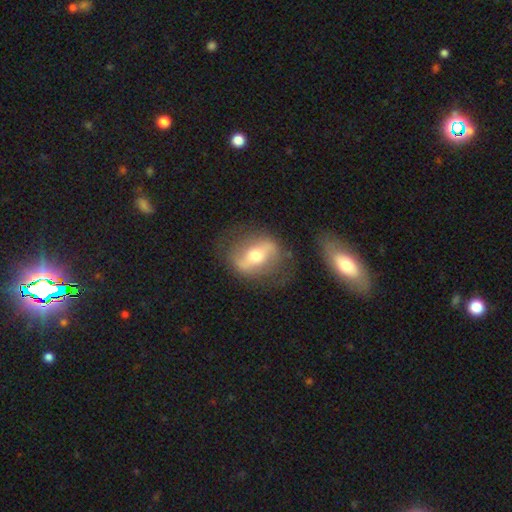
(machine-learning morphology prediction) This is likely a featured or disk galaxy (67%). It is clearly not viewed edge-on (82%). Bar: possibly strong (60%). Spiral arm pattern: possibly no (51%). Central bulge: likely moderate (71%). Merging: likely none (70%).